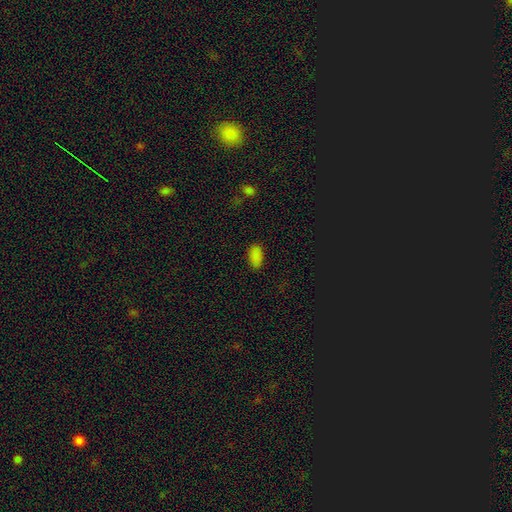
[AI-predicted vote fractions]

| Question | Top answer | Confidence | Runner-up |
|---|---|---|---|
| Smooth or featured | smooth | 84% | star or artifact (13%) |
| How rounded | in between | 93% | cigar-shaped (3%) |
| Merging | none | 84% | minor disturbance (12%) |